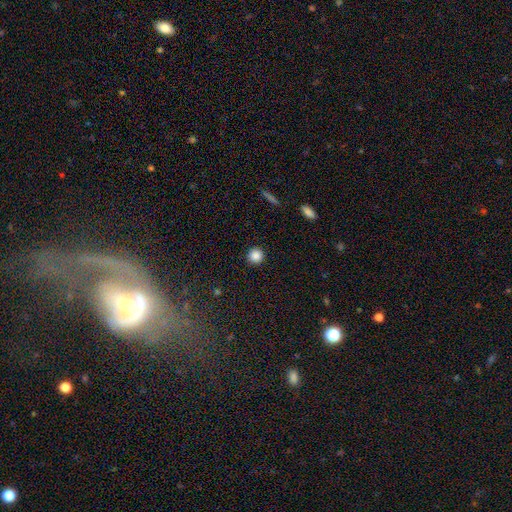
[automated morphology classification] smooth-or-featured: smooth: 87% | star or artifact: 10% | featured or disk: 3%
  how-rounded: round: 95% | in between: 4% | cigar-shaped: 1%
  merging: none: 92% | minor disturbance: 5% | major disturbance: 2% | merger: 1%